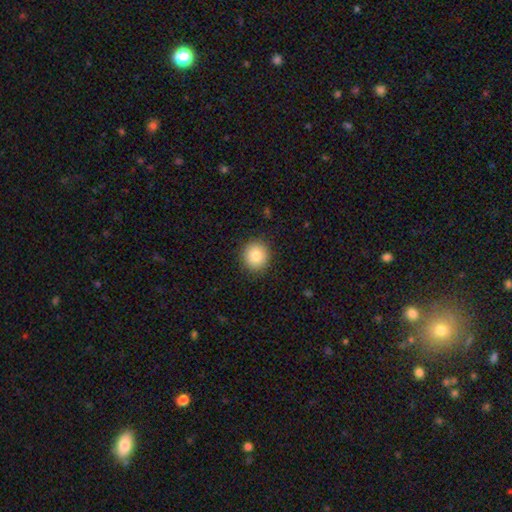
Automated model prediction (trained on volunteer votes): This is clearly a smooth galaxy (83%). How rounded: clearly round (91%). Merging: clearly none (90%).